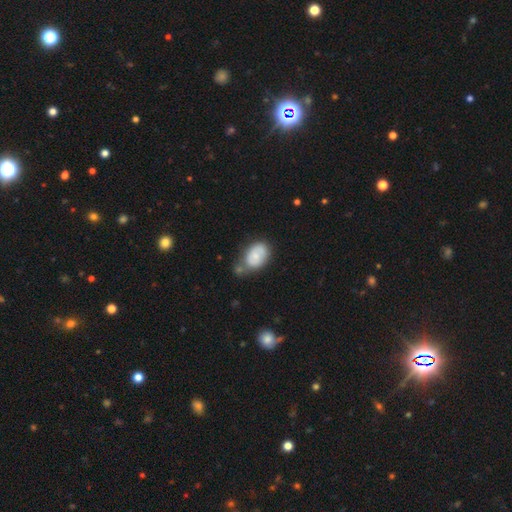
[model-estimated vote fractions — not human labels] This is likely a smooth galaxy (69%). How rounded: clearly in between (84%). Merging: possibly none (46%).